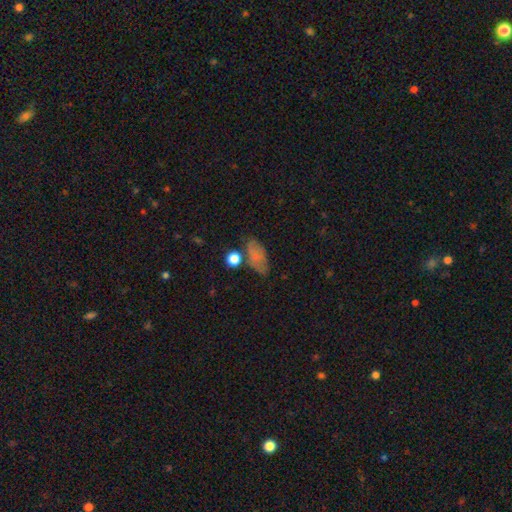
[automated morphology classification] Smooth or featured? smooth (70%)
How rounded? in between (85%)
Merging? none (59%)